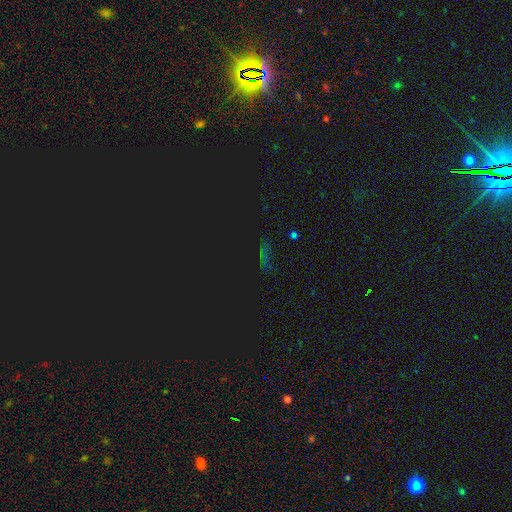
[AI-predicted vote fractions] Smooth or featured? star or artifact (72%)